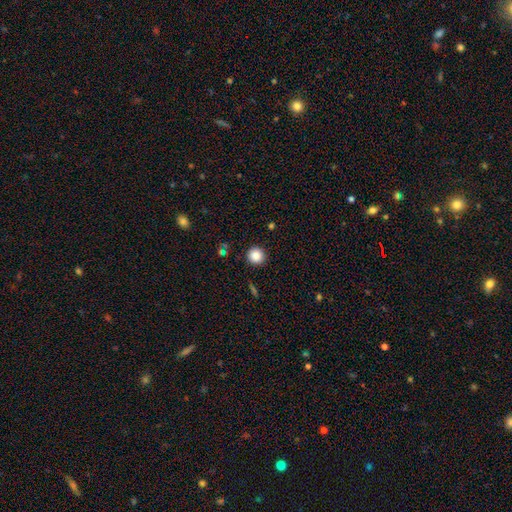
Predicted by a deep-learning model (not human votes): This is clearly a smooth galaxy (86%). How rounded: clearly round (95%). Merging: clearly none (92%).